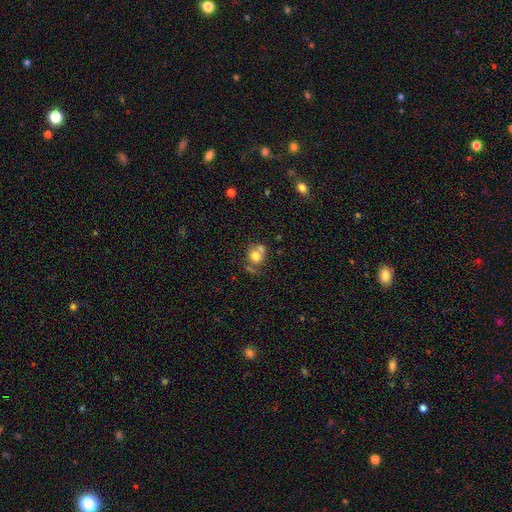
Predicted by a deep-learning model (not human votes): This appears to be a smooth galaxy with no disk features (71%) that is round (76%). Merging: none (43%).